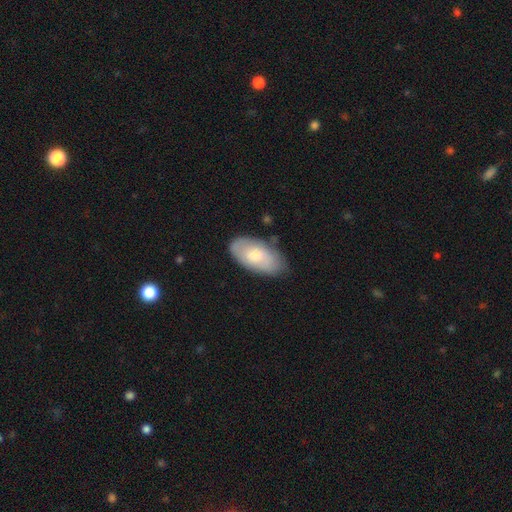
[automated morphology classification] smooth_or_featured: smooth (p=0.67) [alt: featured or disk p=0.27]
how_rounded: in between (p=0.95) [alt: round p=0.03]
merging: none (p=0.72) [alt: minor disturbance p=0.22]